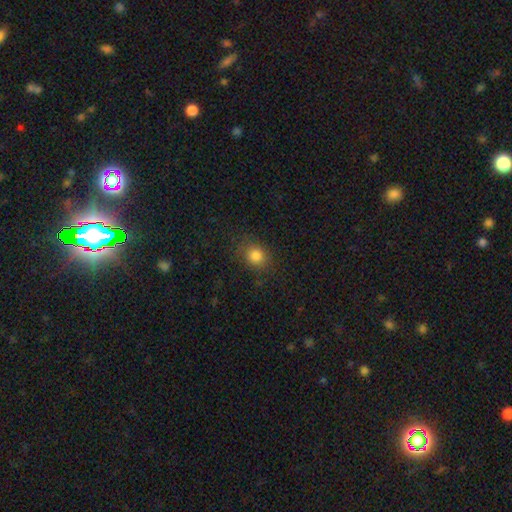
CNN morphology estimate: smooth_or_featured: smooth (p=0.82) [alt: star or artifact p=0.12]
how_rounded: round (p=0.67) [alt: in between p=0.32]
merging: none (p=0.82) [alt: minor disturbance p=0.13]